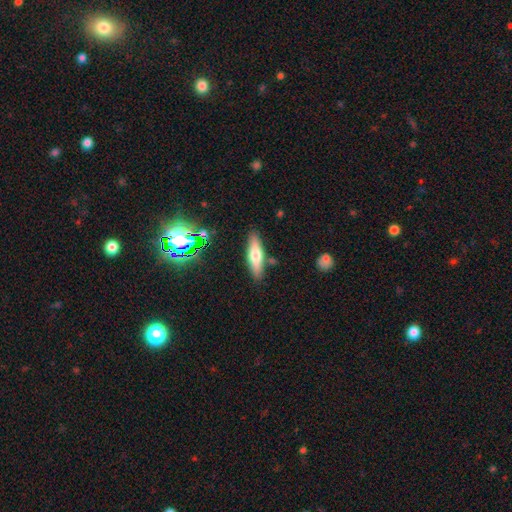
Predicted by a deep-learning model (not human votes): smooth-or-featured: smooth: 53% | featured or disk: 37% | star or artifact: 10%
  how-rounded: cigar-shaped: 65% | in between: 32% | round: 3%
  merging: none: 84% | minor disturbance: 10% | merger: 4% | major disturbance: 3%